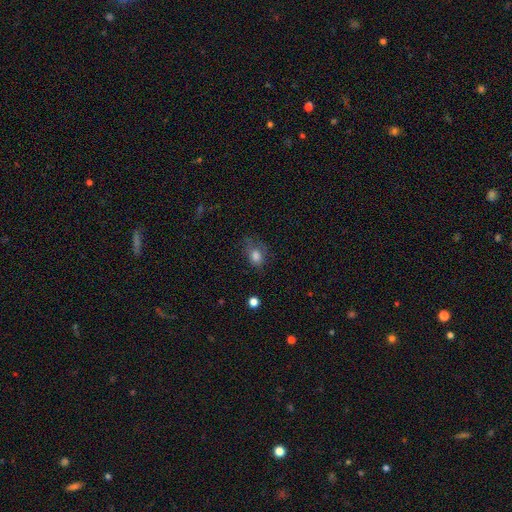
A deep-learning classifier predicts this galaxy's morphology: smooth_or_featured: smooth (p=0.77) [alt: star or artifact p=0.12]
how_rounded: in between (p=0.64) [alt: round p=0.35]
merging: none (p=0.50) [alt: minor disturbance p=0.29]